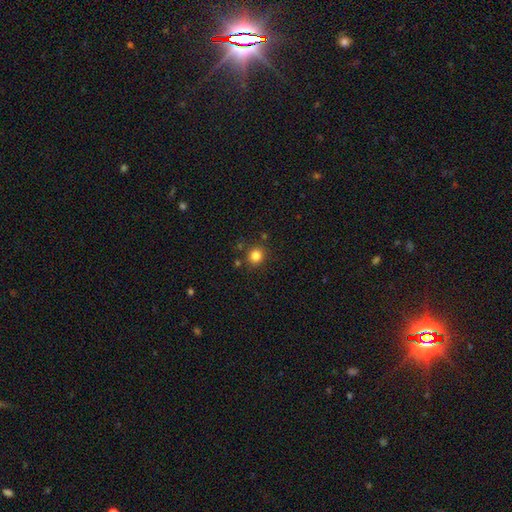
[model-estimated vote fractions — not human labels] Morphology: type=smooth (83%); roundness=round (86%); merging=none (85%).